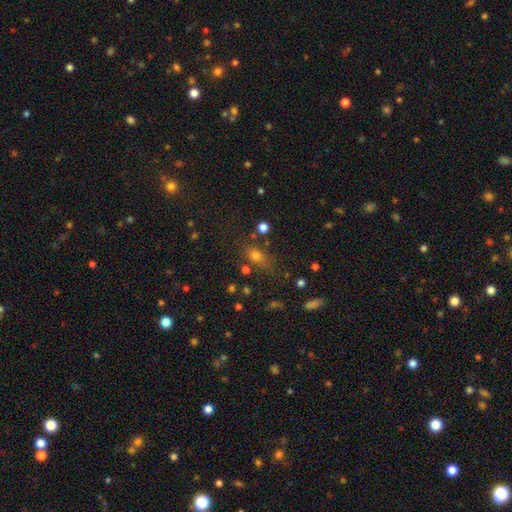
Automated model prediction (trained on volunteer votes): Smooth or featured?
  - smooth: 66% *
  - star or artifact: 21%
  - featured or disk: 13%
How rounded?
  - in between: 58% *
  - round: 31%
  - cigar-shaped: 11%
Merging?
  - none: 68% *
  - minor disturbance: 17%
  - major disturbance: 8%
  - merger: 8%